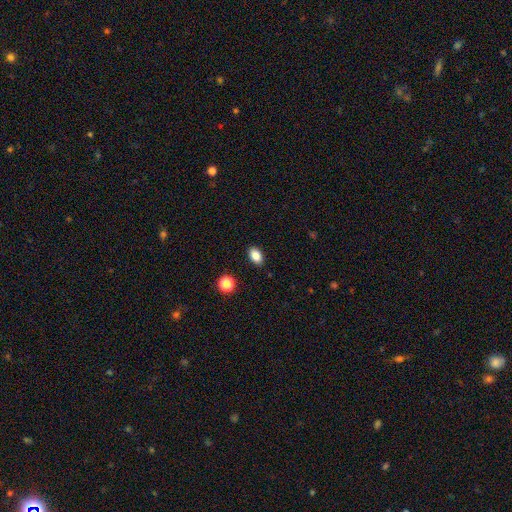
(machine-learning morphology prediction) Q: Smooth or featured?
A: smooth (86%); runner-up: star or artifact (10%)
Q: How rounded?
A: in between (86%); runner-up: round (12%)
Q: Merging?
A: none (89%); runner-up: minor disturbance (8%)